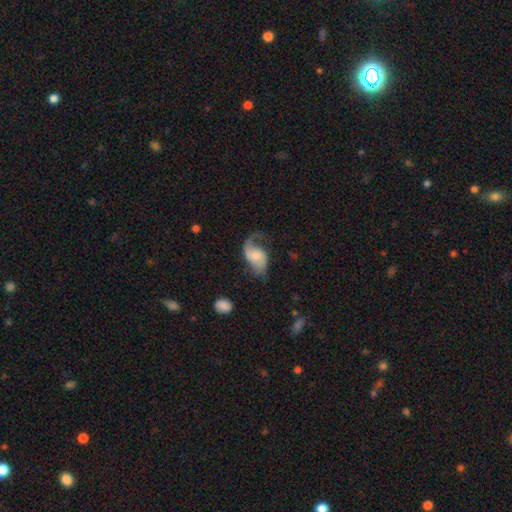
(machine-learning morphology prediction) This is likely a featured or disk galaxy (69%). It is clearly not viewed edge-on (96%). Bar: likely no (65%). Spiral arm pattern: clearly yes (89%). Spiral arm count: possibly 2 (56%). Spiral winding: likely loose (63%). Central bulge: possibly moderate (48%). Merging: marginally none (39%).